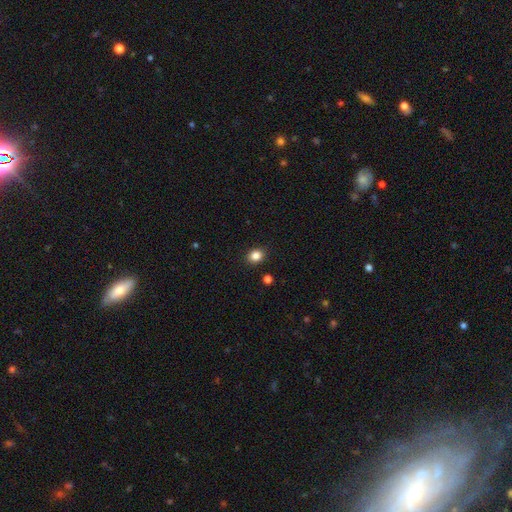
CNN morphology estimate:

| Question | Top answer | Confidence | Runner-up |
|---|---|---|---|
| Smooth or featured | smooth | 85% | star or artifact (11%) |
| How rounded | round | 62% | in between (37%) |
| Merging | none | 89% | minor disturbance (7%) |